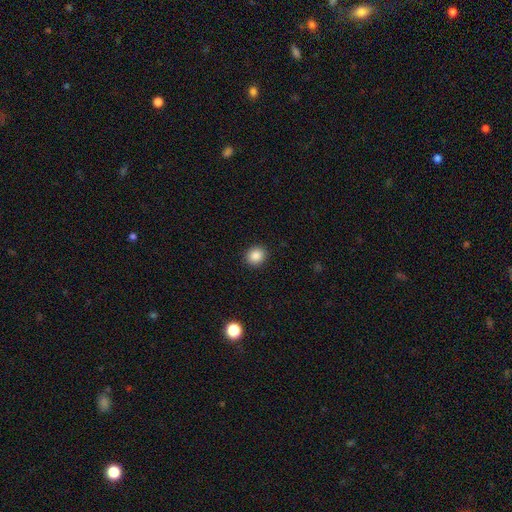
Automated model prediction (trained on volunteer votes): Smooth or featured? smooth (87%)
How rounded? round (76%)
Merging? none (91%)